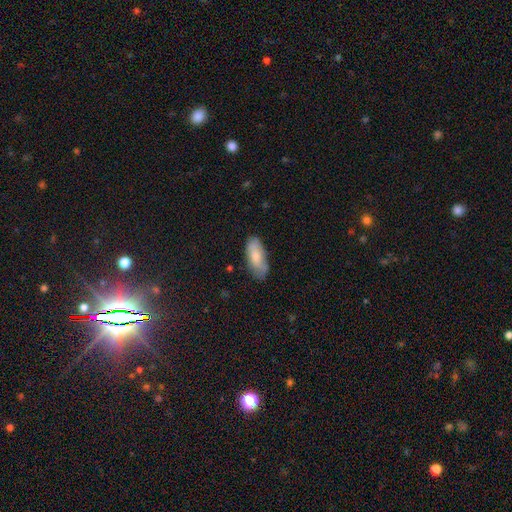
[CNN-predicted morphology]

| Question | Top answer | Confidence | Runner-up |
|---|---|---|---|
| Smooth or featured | smooth | 76% | featured or disk (18%) |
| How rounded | in between | 84% | cigar-shaped (14%) |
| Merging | none | 71% | minor disturbance (22%) |